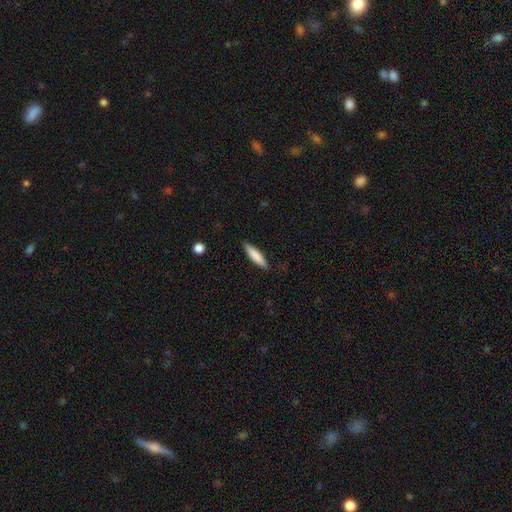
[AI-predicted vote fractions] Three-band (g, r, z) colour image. It shows a smooth galaxy with no disk features (80%) that is cigar-shaped (75%). Merging: none (86%).